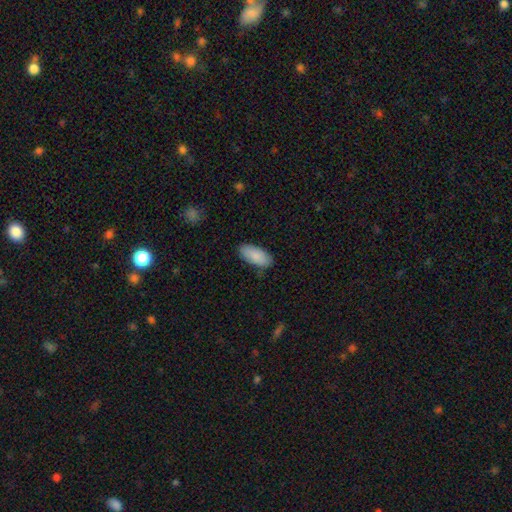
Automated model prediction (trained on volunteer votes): Smooth or featured? smooth (87%)
How rounded? in between (90%)
Merging? none (83%)